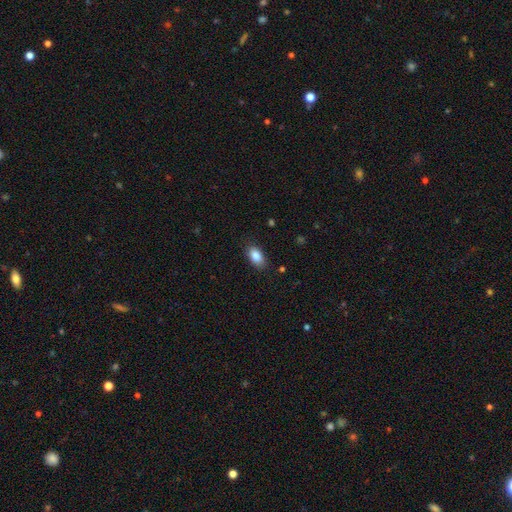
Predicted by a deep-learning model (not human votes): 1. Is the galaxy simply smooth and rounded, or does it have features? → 87% smooth, 7% star or artifact, 5% featured or disk.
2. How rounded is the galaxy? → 92% in between, 6% round, 3% cigar-shaped.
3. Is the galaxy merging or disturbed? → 84% none, 12% minor disturbance, 3% major disturbance, 1% merger.